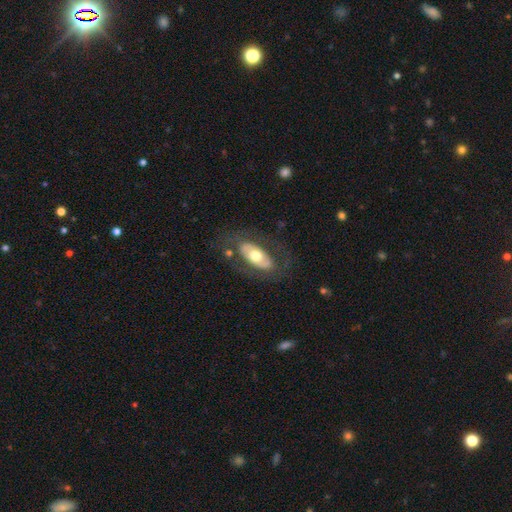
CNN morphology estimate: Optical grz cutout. It shows a featured or disk galaxy (50%). Merging: none (73%).